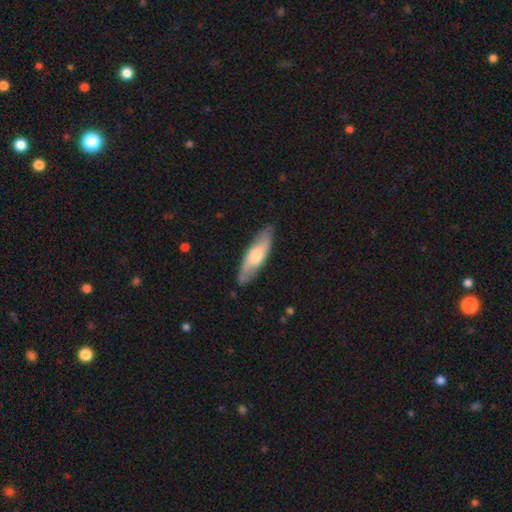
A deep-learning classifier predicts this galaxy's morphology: A smooth galaxy with no disk features (48%). Merging: none (85%).